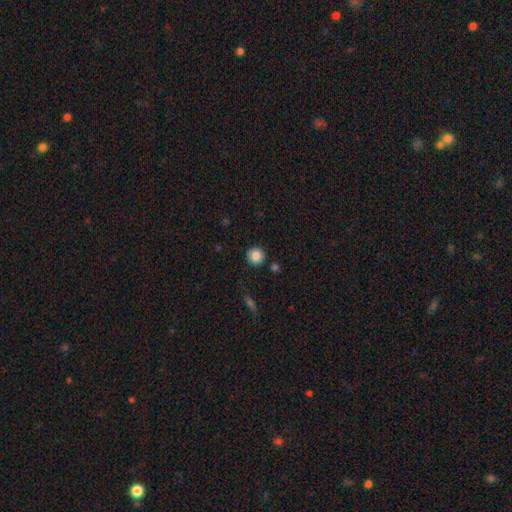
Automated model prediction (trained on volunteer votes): This is clearly a smooth galaxy (84%). How rounded: clearly round (92%). Merging: clearly none (88%).